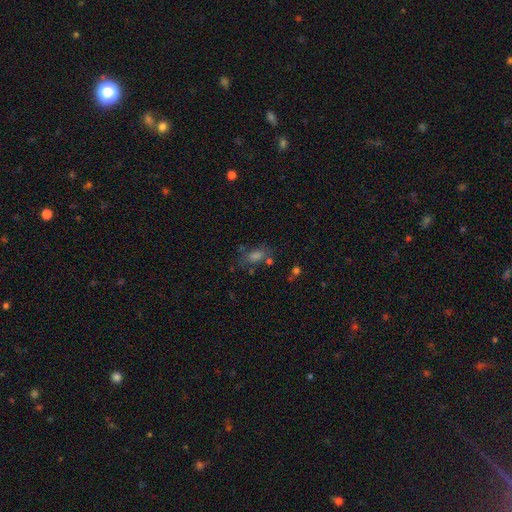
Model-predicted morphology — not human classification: The model was most divided on "smooth or featured": smooth: 50%, star or artifact: 30%, featured or disk: 20%. More confident: how rounded — in between (76%); merging — none (61%).